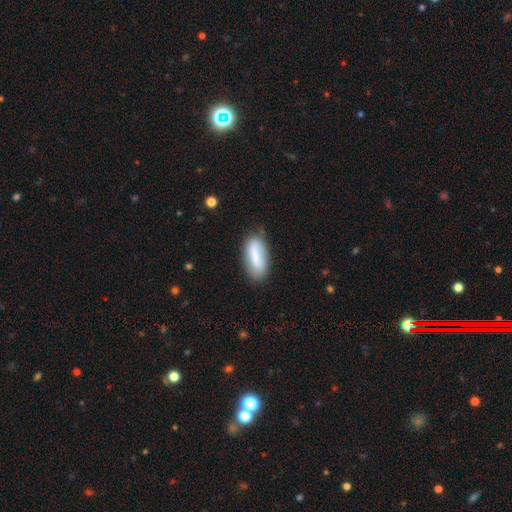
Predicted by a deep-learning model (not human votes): smooth 77%, featured or disk 17%, star or artifact 6%. Down the decision tree: how rounded — in between (82%); merging — none (74%).